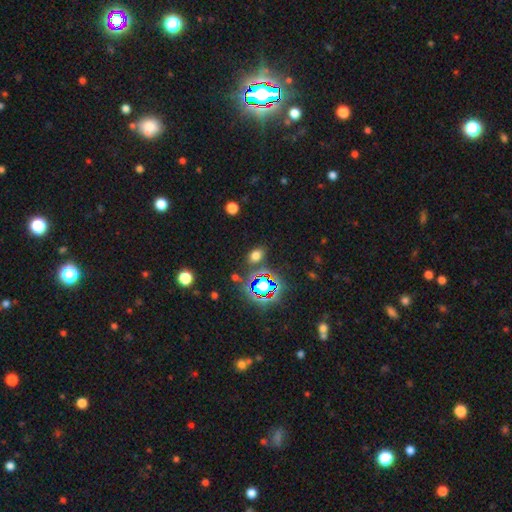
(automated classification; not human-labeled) smooth 62%, star or artifact 31%, featured or disk 8%. Down the decision tree: how rounded — in between (76%); merging — none (81%).